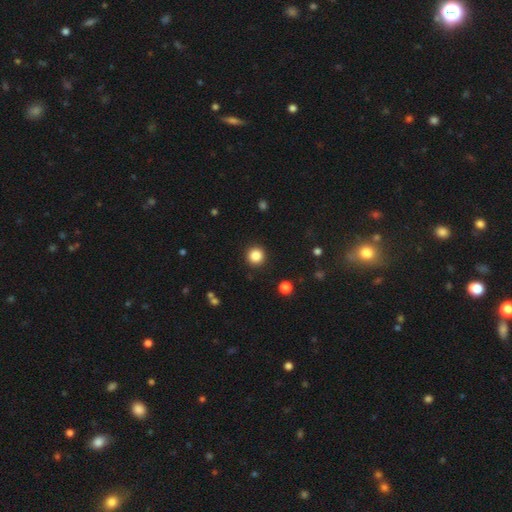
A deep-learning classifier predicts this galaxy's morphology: smooth-or-featured: smooth: 87% | star or artifact: 10% | featured or disk: 3%
  how-rounded: round: 95% | in between: 4% | cigar-shaped: 1%
  merging: none: 92% | minor disturbance: 5% | major disturbance: 2% | merger: 1%